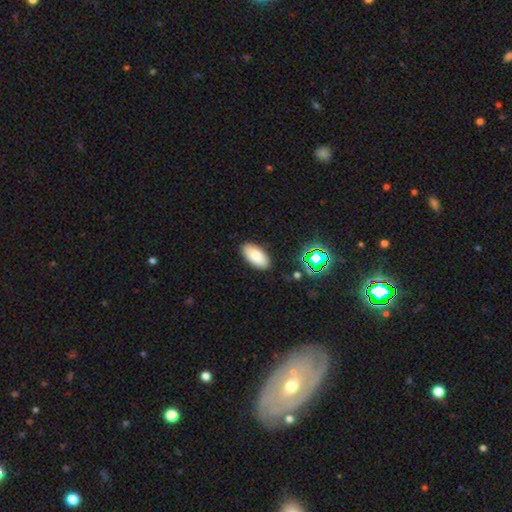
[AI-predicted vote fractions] The model was most divided on "smooth or featured": smooth: 83%, star or artifact: 9%, featured or disk: 8%. More confident: how rounded — in between (94%); merging — none (88%).